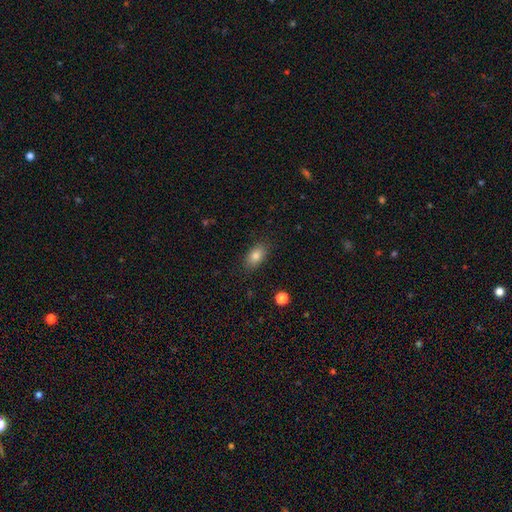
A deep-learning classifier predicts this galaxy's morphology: Smooth or featured?
  - smooth: 81% *
  - featured or disk: 10%
  - star or artifact: 9%
How rounded?
  - in between: 87% *
  - round: 10%
  - cigar-shaped: 3%
Merging?
  - none: 85% *
  - minor disturbance: 11%
  - major disturbance: 3%
  - merger: 1%